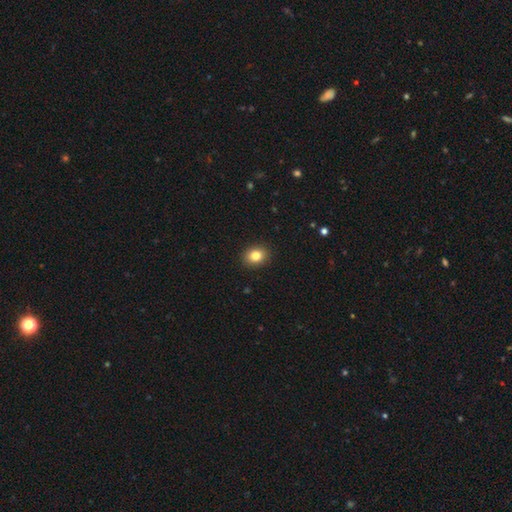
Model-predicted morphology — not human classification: Overall: smooth (84%). How rounded: round (53%; in between 46%). Merging: none (91%).